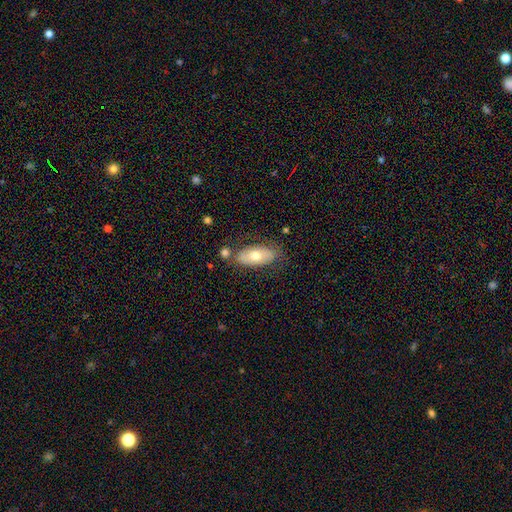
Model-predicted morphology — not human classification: type=smooth (65%); roundness=in between (87%); merging=none (73%).